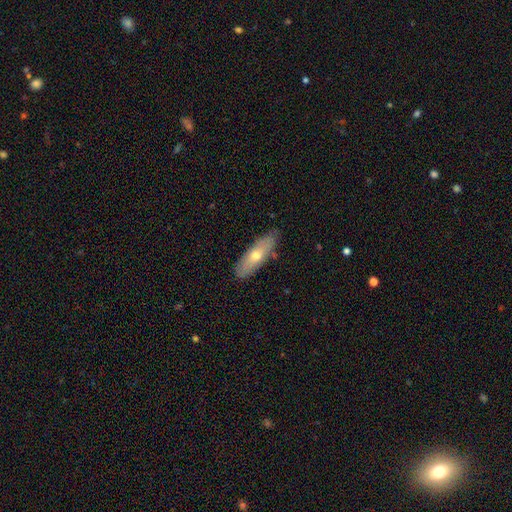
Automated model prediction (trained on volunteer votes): Smooth or featured?
  - smooth: 58% *
  - featured or disk: 36%
  - star or artifact: 6%
How rounded?
  - in between: 56% *
  - cigar-shaped: 41%
  - round: 2%
Merging?
  - none: 81% *
  - minor disturbance: 15%
  - major disturbance: 3%
  - merger: 2%